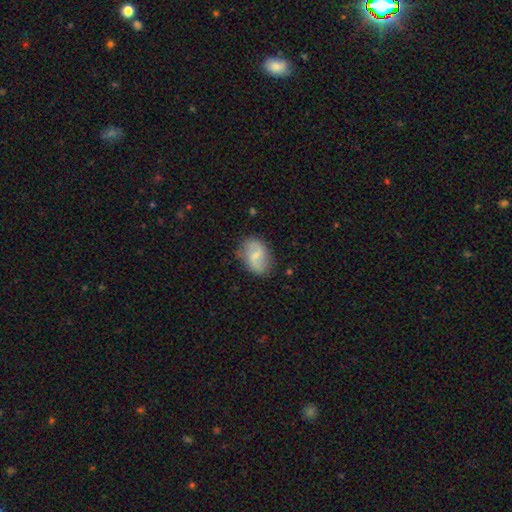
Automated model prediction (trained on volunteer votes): Smooth or featured: featured or disk — 52% (smooth — 41%)
Edge-on disk: no — 97% (yes — 3%)
Bar: weak — 54% (no — 27%)
Spiral arms: yes — 81% (no — 19%)
Bulge size: small — 55% (moderate — 31%)
Merging: none — 74% (minor disturbance — 19%)